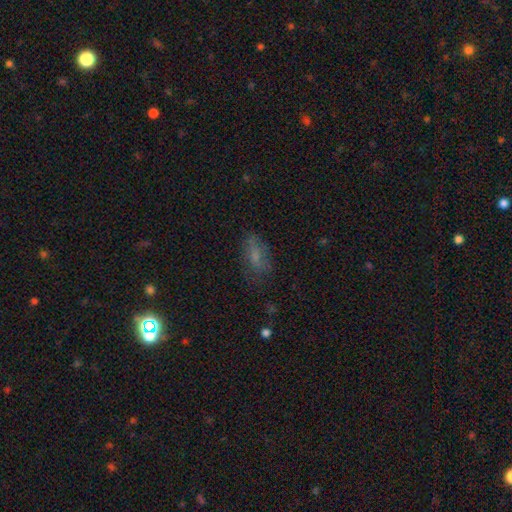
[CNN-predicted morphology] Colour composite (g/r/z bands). It shows a smooth galaxy with no disk features (63%) that is in between round and cigar-shaped (82%). Merging: none (63%).